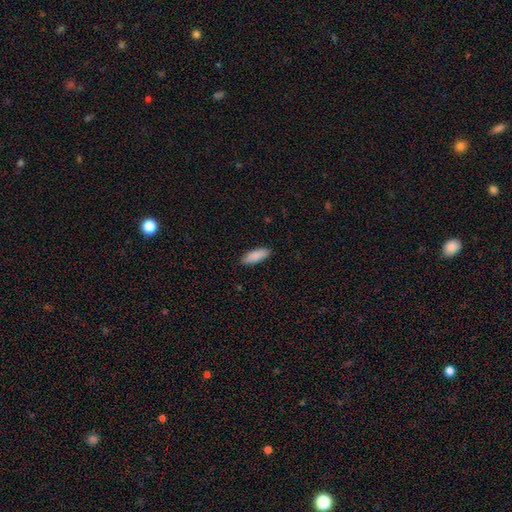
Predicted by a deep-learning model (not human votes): smooth 89%, featured or disk 6%, star or artifact 6%. Down the decision tree: how rounded — in between (68%); merging — none (88%).